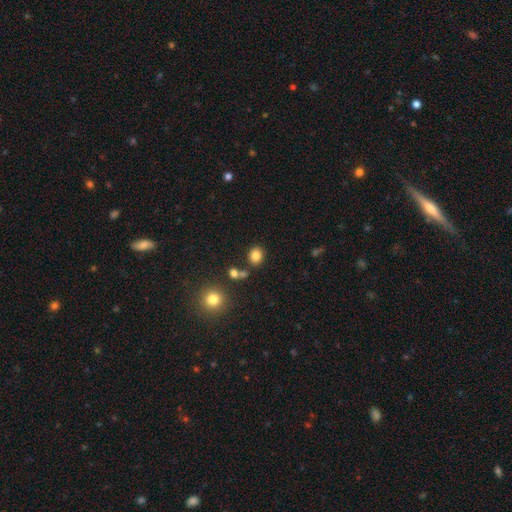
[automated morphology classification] A smooth galaxy with no disk features (83%) that is round (64%). Merging: none (78%).